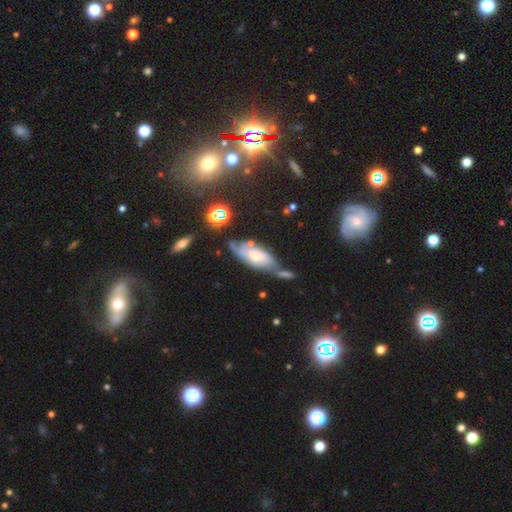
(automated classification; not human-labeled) This is possibly a smooth galaxy (48%). Merging: marginally none (40%).